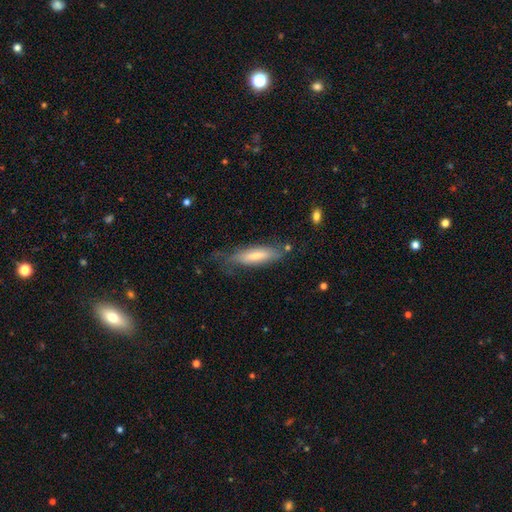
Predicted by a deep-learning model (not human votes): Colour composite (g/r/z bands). It shows a smooth galaxy with no disk features (61%) that is cigar-shaped (62%). Merging: none (58%).